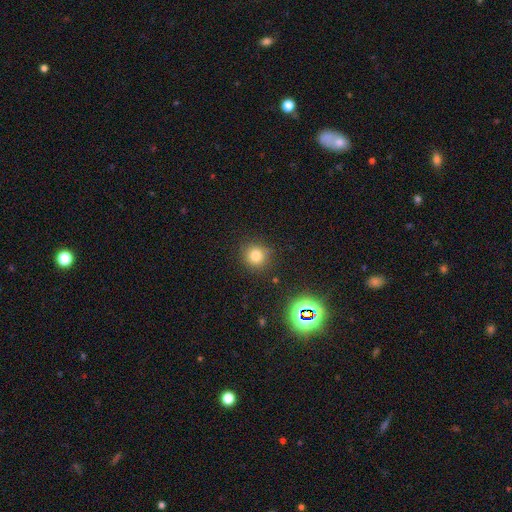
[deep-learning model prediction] A smooth galaxy with no disk features (78%) that is round (90%). Merging: none (86%).